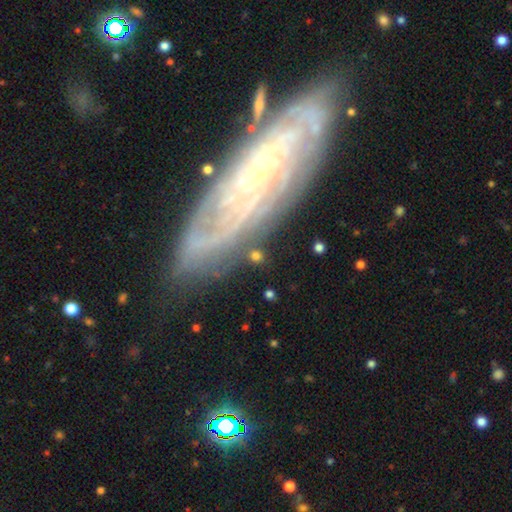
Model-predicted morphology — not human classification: Smooth or featured? smooth (46%)
Merging? none (78%)